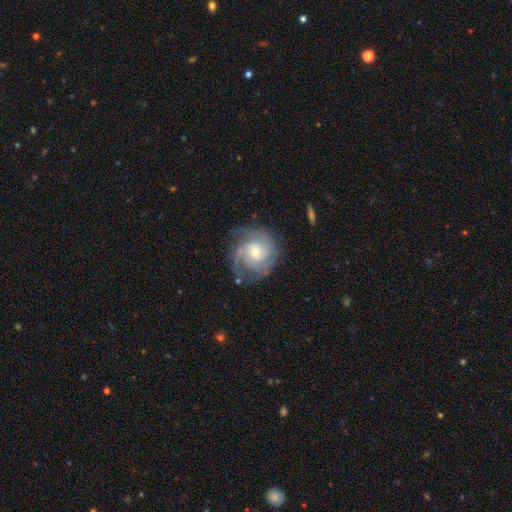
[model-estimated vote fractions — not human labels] smooth-or-featured: featured or disk: 80% | smooth: 14% | star or artifact: 6%
  disk-edge-on: no: 98% | yes: 2%
    bar: no: 57% | weak: 37% | strong: 6%
    has-spiral-arms: yes: 95% | no: 5%
      spiral-winding: tight: 49% | medium: 40% | loose: 11%
      spiral-arm-count: 2: 29% | 3: 27% | can't tell: 26% | 4: 8% | 1: 5% | more than 4: 5%
    bulge-size: small: 47% | moderate: 42% | large: 6% | none: 3% | dominant: 1%
  merging: none: 69% | minor disturbance: 18% | major disturbance: 11% | merger: 2%